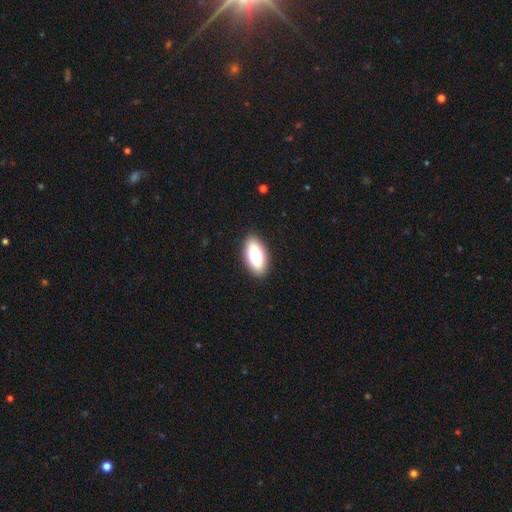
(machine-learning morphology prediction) A smooth galaxy with no disk features (81%) that is in between round and cigar-shaped (88%).

Vote fractions:
- Smooth or featured? smooth: 81% / featured or disk: 12% / star or artifact: 7%
- How rounded? in between: 88% / cigar-shaped: 9% / round: 3%
- Merging? none: 89% / minor disturbance: 8% / major disturbance: 2% / merger: 1%